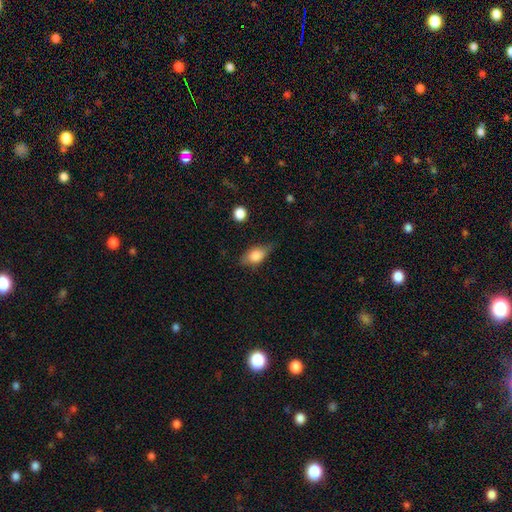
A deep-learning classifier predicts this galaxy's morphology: This appears to be a smooth galaxy with no disk features (72%) that is in between round and cigar-shaped (80%). Merging: none (60%).